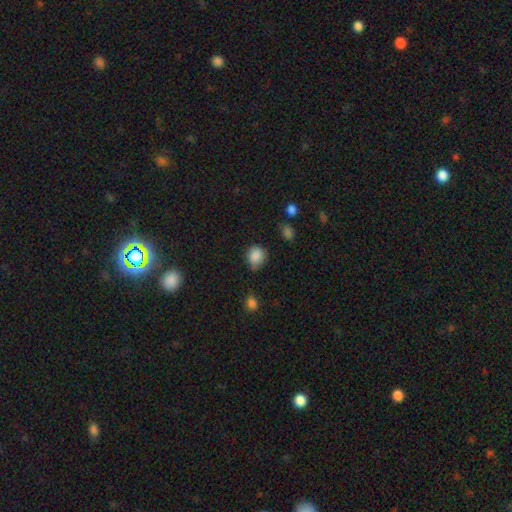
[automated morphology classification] smooth-or-featured: smooth: 86% | star or artifact: 10% | featured or disk: 4%
  how-rounded: round: 73% | in between: 26% | cigar-shaped: 1%
  merging: none: 64% | minor disturbance: 28% | major disturbance: 6% | merger: 2%